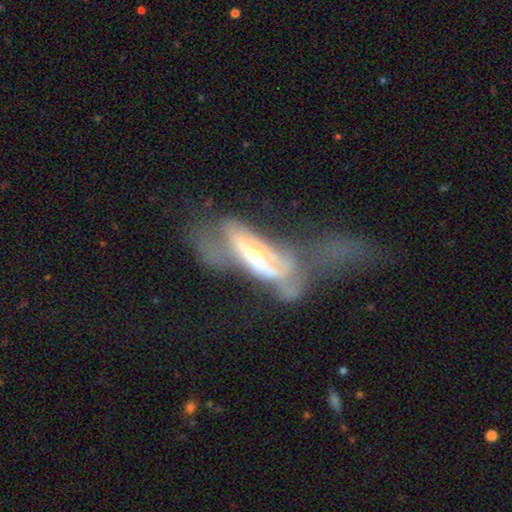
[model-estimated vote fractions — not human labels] featured or disk 64%, smooth 27%, star or artifact 8%. Down the decision tree: edge-on disk — no (69%); merging — major disturbance (52%).